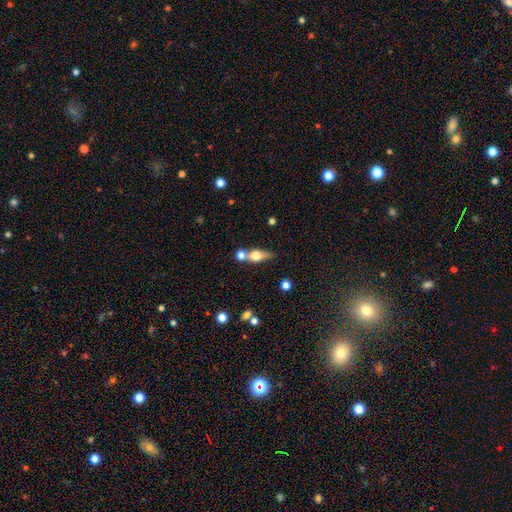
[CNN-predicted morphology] Smooth or featured? smooth (57%)
How rounded? in between (47%)
Merging? none (43%)